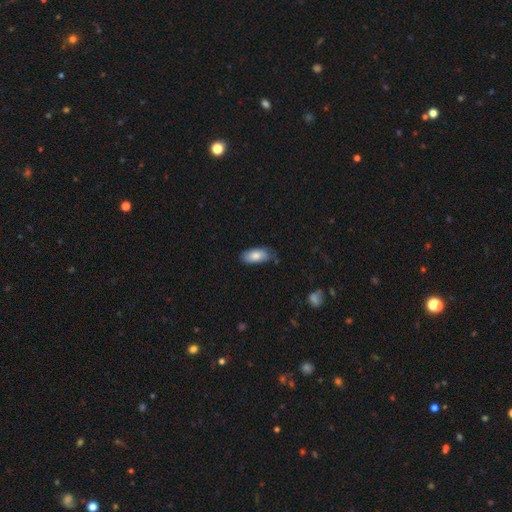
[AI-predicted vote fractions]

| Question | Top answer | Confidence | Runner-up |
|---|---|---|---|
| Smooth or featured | smooth | 82% | featured or disk (11%) |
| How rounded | in between | 91% | cigar-shaped (6%) |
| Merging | none | 73% | minor disturbance (22%) |